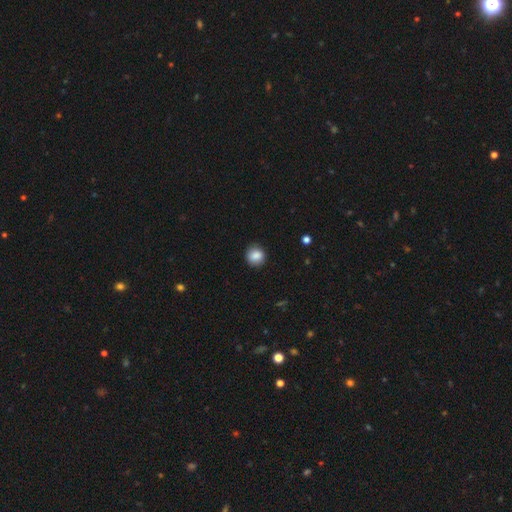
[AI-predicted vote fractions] Q: Smooth or featured?
A: smooth (87%); runner-up: star or artifact (9%)
Q: How rounded?
A: round (88%); runner-up: in between (11%)
Q: Merging?
A: none (87%); runner-up: minor disturbance (10%)